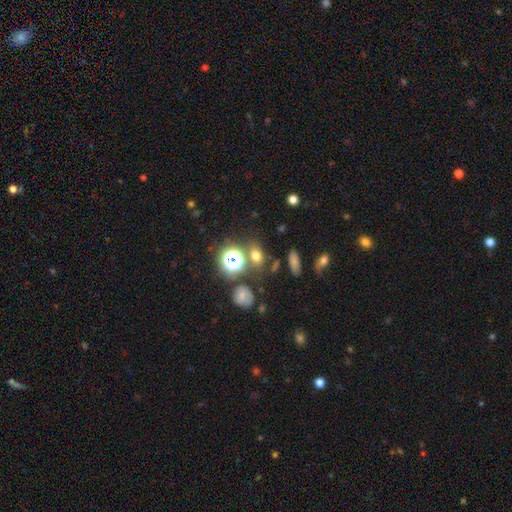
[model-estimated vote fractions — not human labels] This is likely a smooth galaxy (63%). How rounded: possibly round (49%). Merging: likely none (72%).